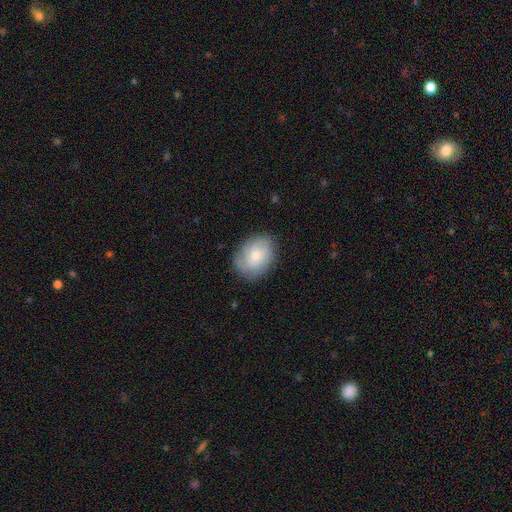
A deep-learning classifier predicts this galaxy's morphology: A smooth galaxy with no disk features (66%) that is in between round and cigar-shaped (67%).

Vote fractions:
- Smooth or featured? smooth: 66% / featured or disk: 27% / star or artifact: 7%
- How rounded? in between: 67% / round: 32% / cigar-shaped: 1%
- Merging? none: 78% / minor disturbance: 17% / major disturbance: 4% / merger: 1%